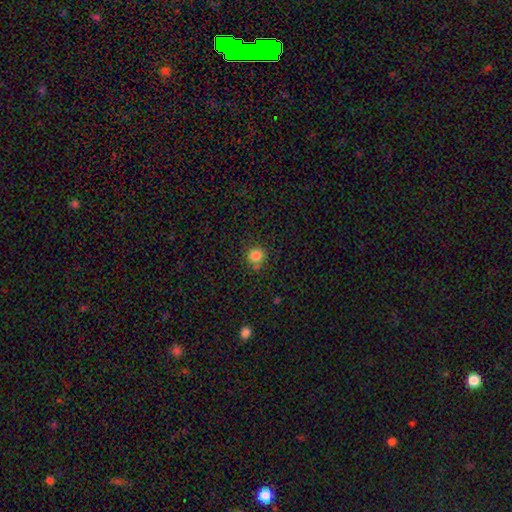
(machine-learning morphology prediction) Q: Smooth or featured?
A: smooth (83%); runner-up: star or artifact (12%)
Q: How rounded?
A: round (86%); runner-up: in between (13%)
Q: Merging?
A: none (75%); runner-up: minor disturbance (17%)